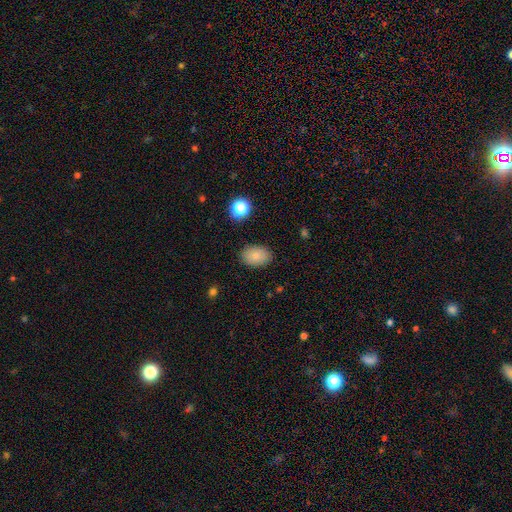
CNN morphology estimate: Smooth or featured?
  - smooth: 81% *
  - featured or disk: 10%
  - star or artifact: 9%
How rounded?
  - in between: 83% *
  - round: 16%
  - cigar-shaped: 1%
Merging?
  - none: 86% *
  - minor disturbance: 10%
  - major disturbance: 3%
  - merger: 1%